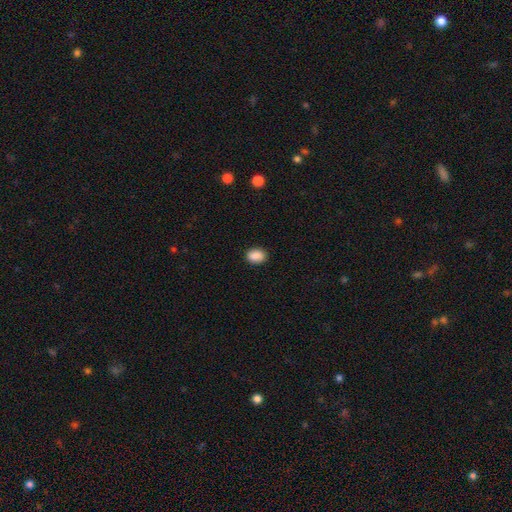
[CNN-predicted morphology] A smooth galaxy with no disk features (89%) that is in between round and cigar-shaped (74%).

Vote fractions:
- Smooth or featured? smooth: 89% / star or artifact: 8% / featured or disk: 3%
- How rounded? in between: 74% / round: 25% / cigar-shaped: 1%
- Merging? none: 89% / minor disturbance: 8% / major disturbance: 2% / merger: 1%